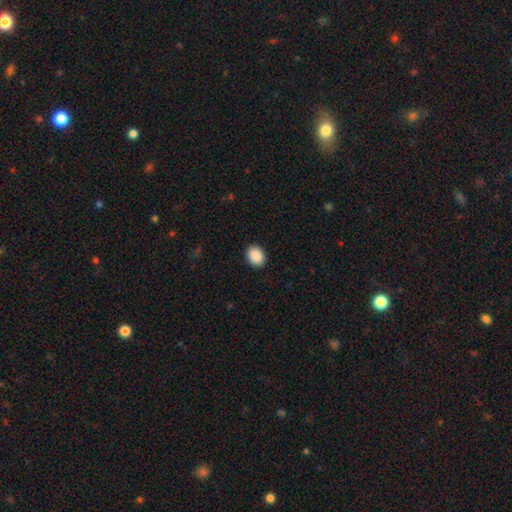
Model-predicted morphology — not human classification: The model was most divided on "how rounded": in between: 62%, round: 37%, cigar-shaped: 1%. More confident: merging — none (90%); smooth or featured — smooth (90%).